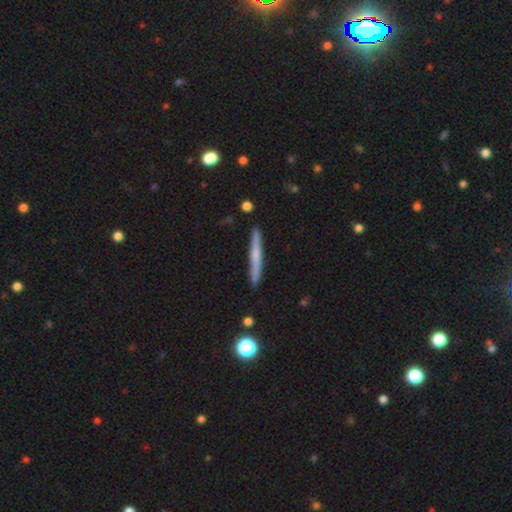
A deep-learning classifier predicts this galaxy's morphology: The model was most divided on "smooth or featured": smooth: 47%, featured or disk: 46%, star or artifact: 6%. More confident: merging — none (90%).